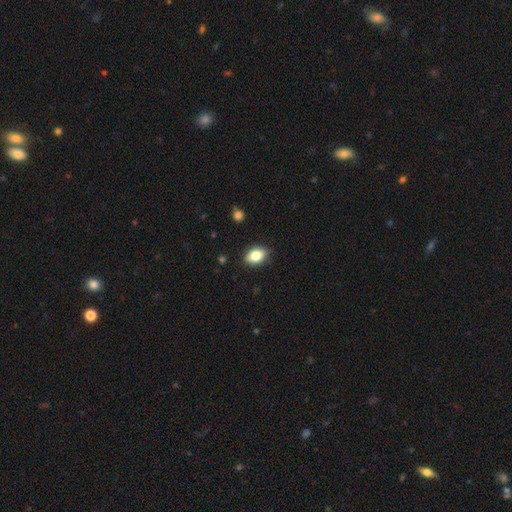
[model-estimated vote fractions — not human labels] Smooth or featured? smooth (82%)
How rounded? in between (83%)
Merging? none (86%)